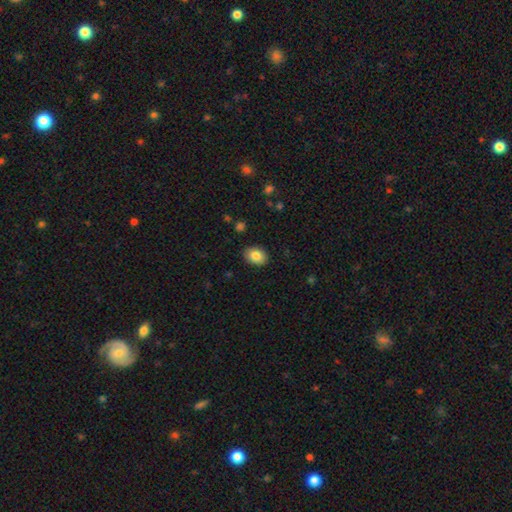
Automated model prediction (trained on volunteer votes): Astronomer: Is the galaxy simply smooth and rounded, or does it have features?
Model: smooth — 84%.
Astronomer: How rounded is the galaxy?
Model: in between — 69%.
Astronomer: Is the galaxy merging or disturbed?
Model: none — 88%.